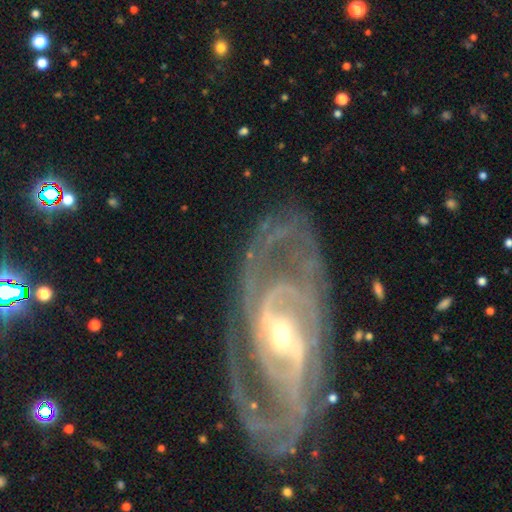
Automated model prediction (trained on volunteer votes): Smooth or featured: featured or disk — 90% (star or artifact — 6%)
Edge-on disk: no — 94% (yes — 6%)
Bar: weak — 39% (no — 31%)
Spiral arms: yes — 97% (no — 3%)
Spiral winding: tight — 51% (medium — 39%)
Spiral arm count: 2 — 47% (can't tell — 17%)
Bulge size: small — 56% (moderate — 39%)
Merging: none — 77% (minor disturbance — 14%)